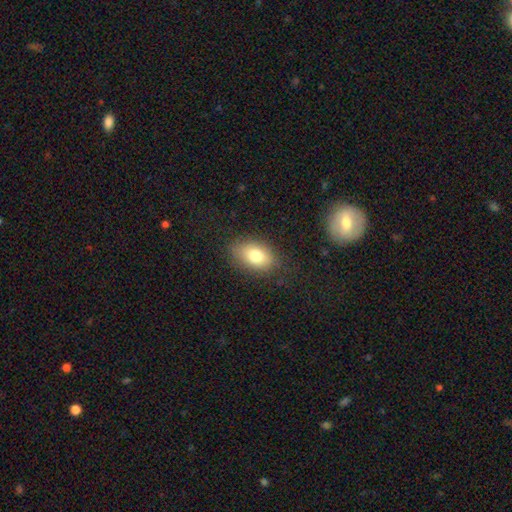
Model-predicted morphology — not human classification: A smooth galaxy with no disk features (78%) that is in between round and cigar-shaped (86%).

Vote fractions:
- Smooth or featured? smooth: 78% / featured or disk: 12% / star or artifact: 9%
- How rounded? in between: 86% / round: 12% / cigar-shaped: 2%
- Merging? none: 82% / minor disturbance: 13% / major disturbance: 4% / merger: 1%